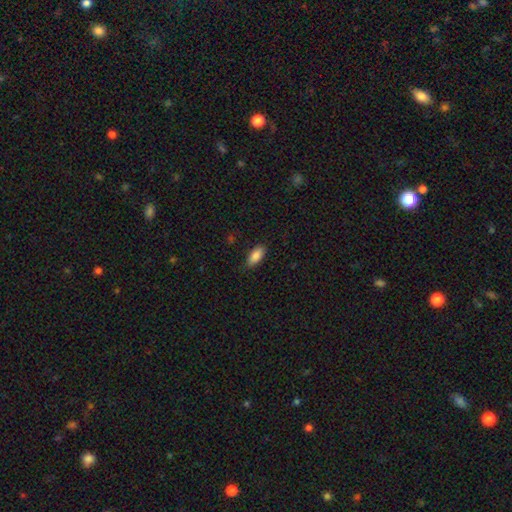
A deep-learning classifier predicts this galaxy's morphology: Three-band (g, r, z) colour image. It shows a smooth galaxy with no disk features (87%) that is in between round and cigar-shaped (88%). Merging: none (85%).